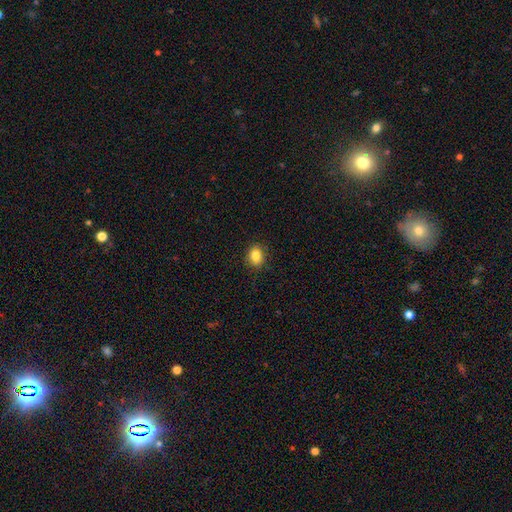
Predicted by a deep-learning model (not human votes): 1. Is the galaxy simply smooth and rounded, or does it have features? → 85% smooth, 10% star or artifact, 5% featured or disk.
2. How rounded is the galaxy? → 51% round, 48% in between, 1% cigar-shaped.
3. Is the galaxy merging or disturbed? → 88% none, 9% minor disturbance, 2% major disturbance, 1% merger.